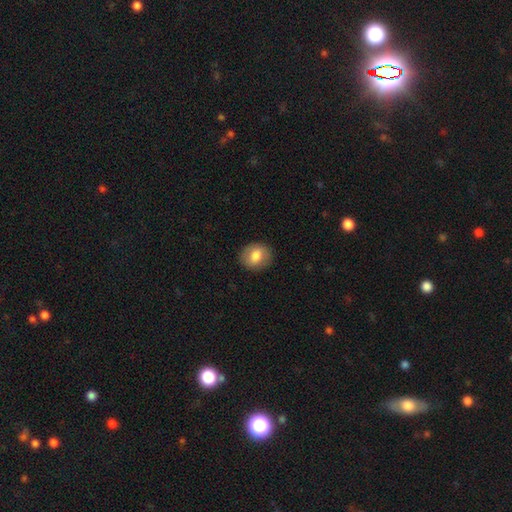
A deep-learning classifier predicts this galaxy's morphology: Q: Smooth or featured?
A: smooth (78%); runner-up: featured or disk (15%)
Q: How rounded?
A: round (63%); runner-up: in between (36%)
Q: Merging?
A: none (86%); runner-up: minor disturbance (10%)